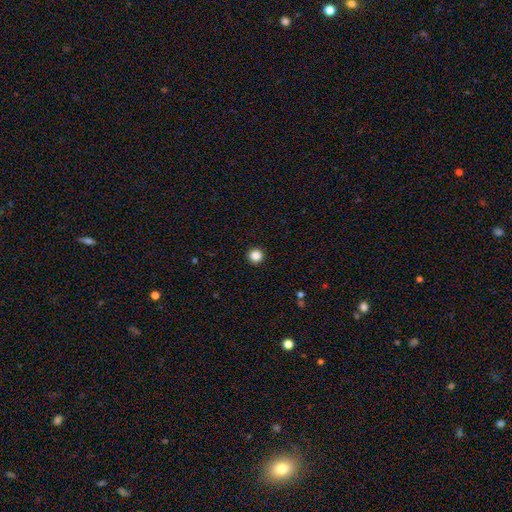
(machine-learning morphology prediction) Smooth or featured: smooth — 86% (star or artifact — 11%)
How rounded: round — 96% (in between — 3%)
Merging: none — 94% (minor disturbance — 4%)